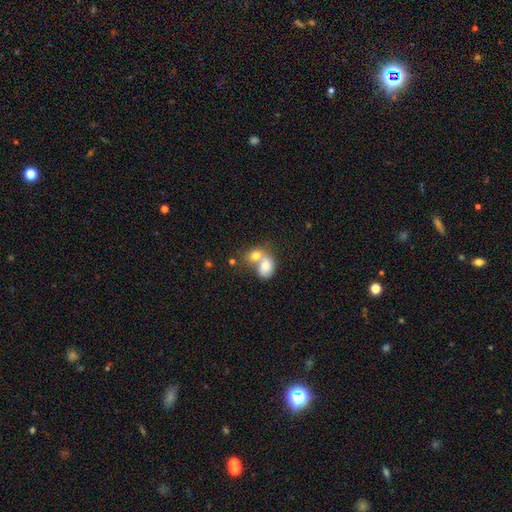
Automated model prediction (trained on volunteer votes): smooth-or-featured: smooth: 75% | featured or disk: 18% | star or artifact: 8%
  how-rounded: in between: 61% | round: 37% | cigar-shaped: 1%
  merging: merger: 73% | none: 17% | minor disturbance: 6% | major disturbance: 4%